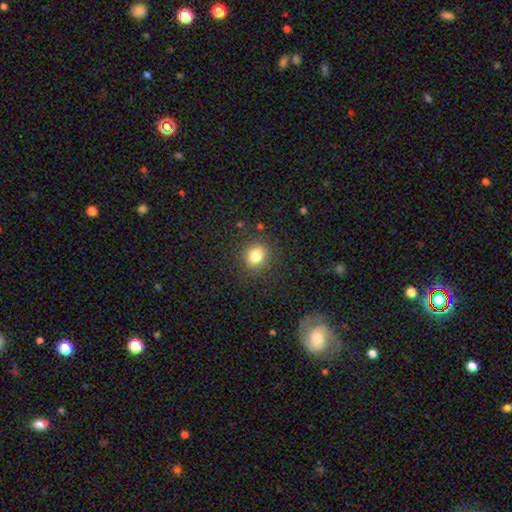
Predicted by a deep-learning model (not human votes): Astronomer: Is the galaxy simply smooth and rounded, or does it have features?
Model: smooth — 81%.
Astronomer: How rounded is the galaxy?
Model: round — 74%.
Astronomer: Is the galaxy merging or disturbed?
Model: none — 87%.